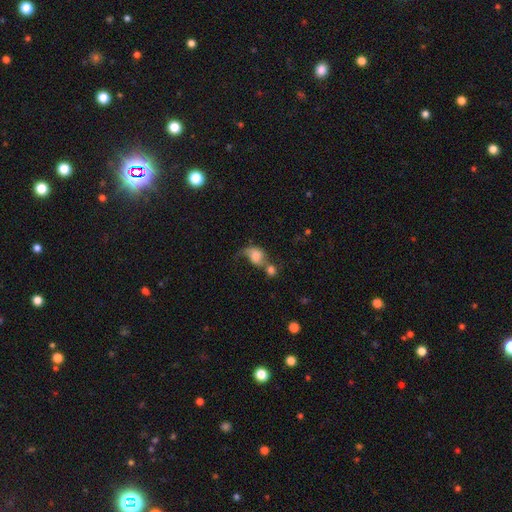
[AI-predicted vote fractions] A smooth galaxy with no disk features (63%) that is in between round and cigar-shaped (58%). Merging: merger (48%).